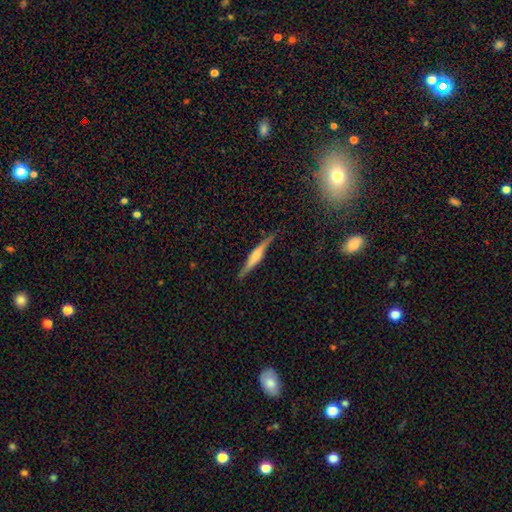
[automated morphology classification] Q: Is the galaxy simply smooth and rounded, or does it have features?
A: featured or disk — 65%.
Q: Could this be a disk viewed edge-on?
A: yes — 97%.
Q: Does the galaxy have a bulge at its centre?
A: rounded — 48%.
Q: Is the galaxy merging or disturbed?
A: none — 84%.